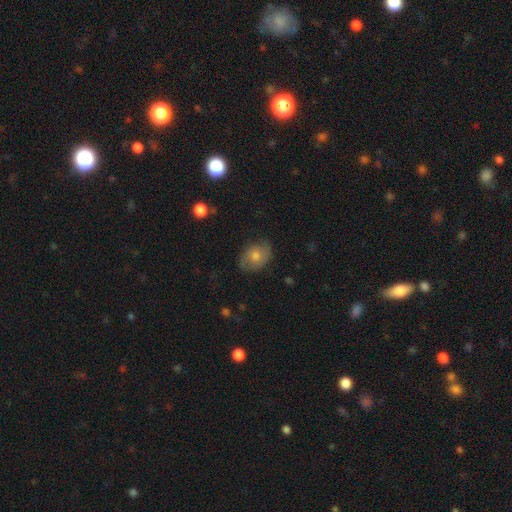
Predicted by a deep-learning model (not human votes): smooth-or-featured: smooth: 51% | featured or disk: 37% | star or artifact: 12%
  how-rounded: in between: 63% | round: 36% | cigar-shaped: 1%
  merging: none: 76% | minor disturbance: 18% | major disturbance: 5% | merger: 1%